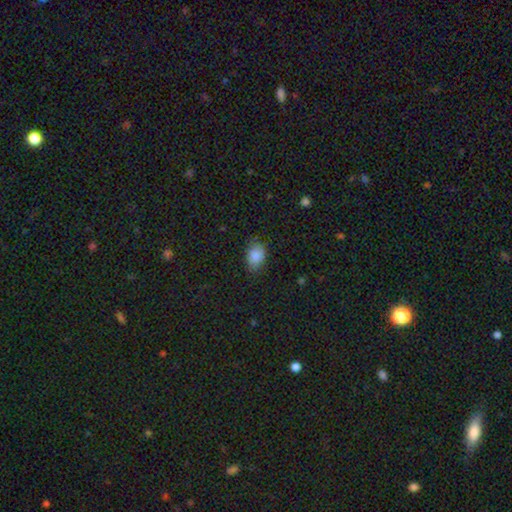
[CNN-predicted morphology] Overall: smooth (87%). How rounded: in between (74%). Merging: none (76%).